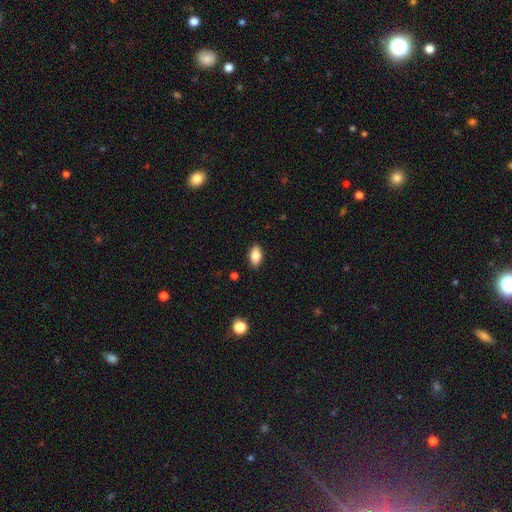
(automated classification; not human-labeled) smooth-or-featured: smooth: 82% | featured or disk: 11% | star or artifact: 8%
  how-rounded: in between: 91% | round: 5% | cigar-shaped: 3%
  merging: none: 88% | minor disturbance: 9% | major disturbance: 2% | merger: 1%